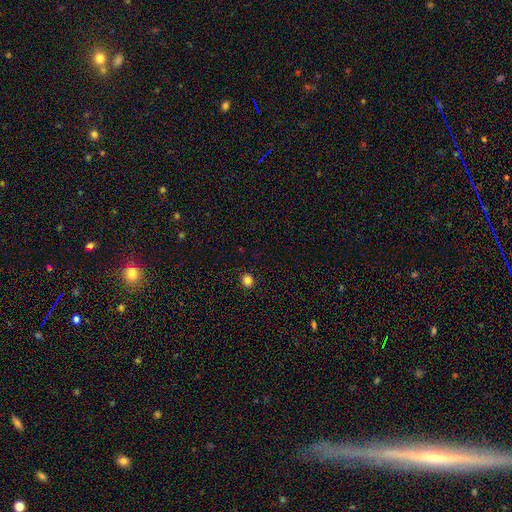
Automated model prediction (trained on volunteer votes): A smooth galaxy with no disk features (77%) that is round (78%). Merging: none (91%).